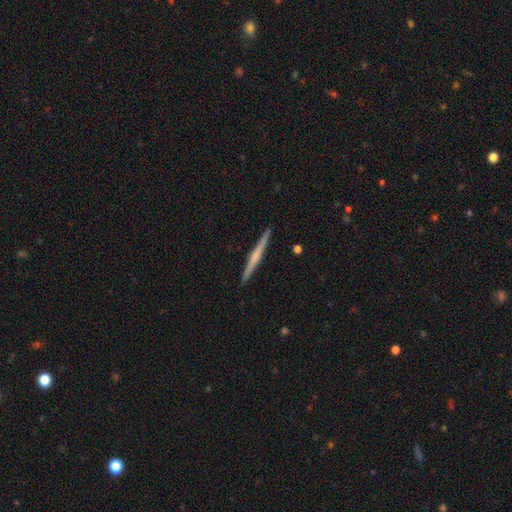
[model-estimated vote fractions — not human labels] A featured or disk galaxy (58%) viewed edge-on (98%) with no central bulge (54%).

Vote fractions:
- Smooth or featured? featured or disk: 58% / smooth: 37% / star or artifact: 5%
- Edge-on disk? yes: 98% / no: 2%
- Edge-on bulge? none: 54% / rounded: 35% / boxy: 11%
- Merging? none: 93% / minor disturbance: 5% / major disturbance: 1% / merger: 1%